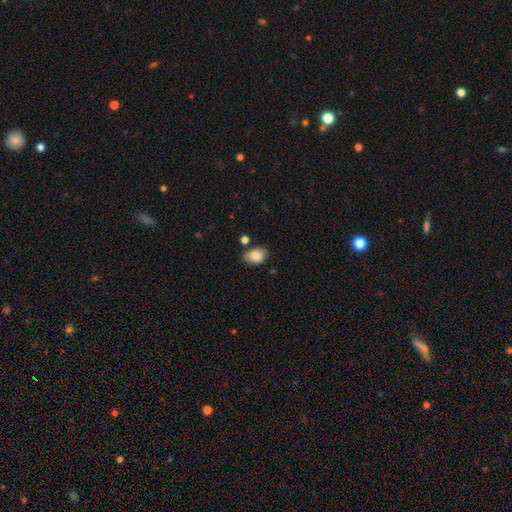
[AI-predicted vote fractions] This is clearly a smooth galaxy (83%). How rounded: clearly in between (82%). Merging: likely none (69%).